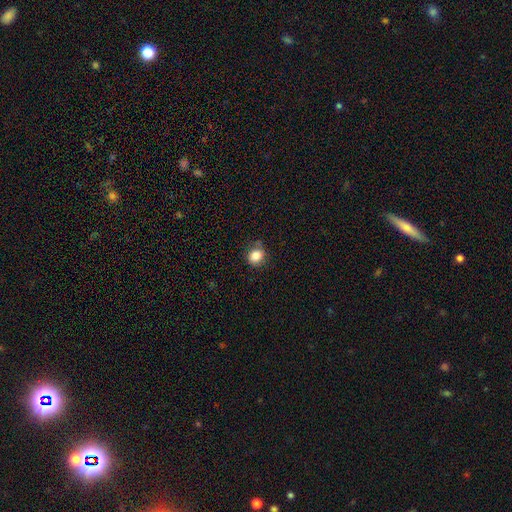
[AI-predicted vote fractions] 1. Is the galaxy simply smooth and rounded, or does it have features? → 83% smooth, 10% star or artifact, 7% featured or disk.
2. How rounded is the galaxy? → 68% round, 31% in between, 1% cigar-shaped.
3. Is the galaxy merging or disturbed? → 71% none, 22% minor disturbance, 5% major disturbance, 3% merger.